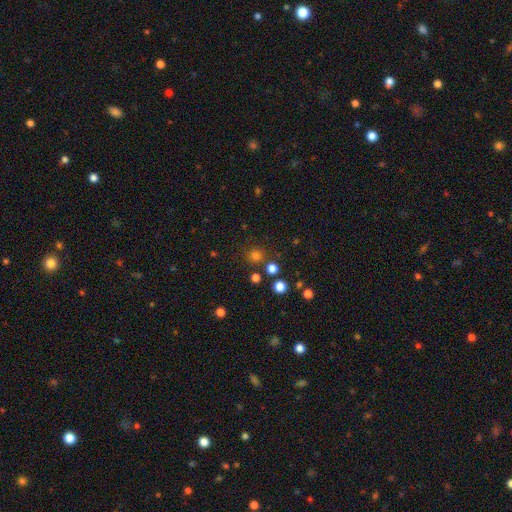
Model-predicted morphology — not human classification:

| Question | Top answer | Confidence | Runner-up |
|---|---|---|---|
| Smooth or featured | smooth | 75% | star or artifact (21%) |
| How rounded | round | 92% | in between (7%) |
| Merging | none | 81% | minor disturbance (8%) |